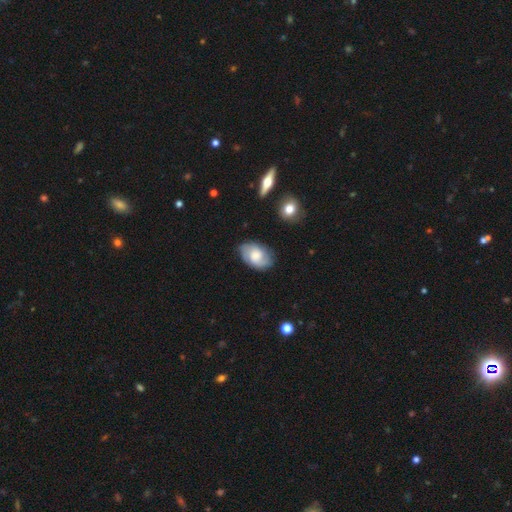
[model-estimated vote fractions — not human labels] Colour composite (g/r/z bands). It shows a featured or disk galaxy (55%) with no bar (63%), spiral arms (87%) and a moderate central bulge (48%). Merging: none (77%).